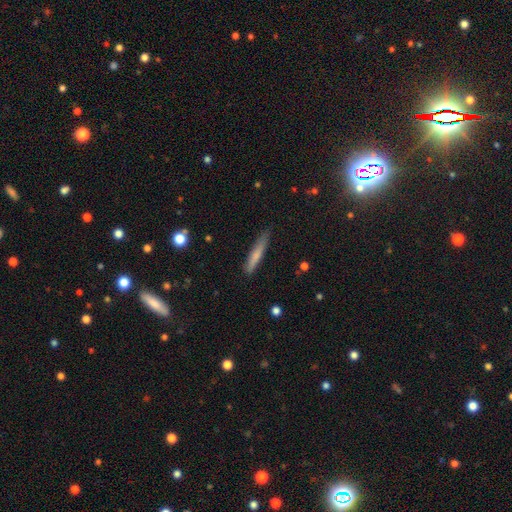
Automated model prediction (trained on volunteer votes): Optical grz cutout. It shows a smooth galaxy with no disk features (69%) that is cigar-shaped (93%). Merging: none (81%).